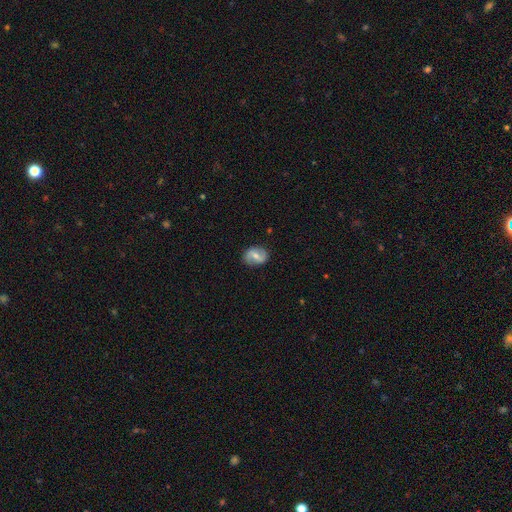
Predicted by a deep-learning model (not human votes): Smooth or featured? Predicted: featured or disk (p=0.61). Edge-on disk? Predicted: no (p=0.97). Bar? Predicted: weak (p=0.48). Spiral arms? Predicted: yes (p=0.81). Bulge size? Predicted: moderate (p=0.56). Merging? Predicted: none (p=0.84).